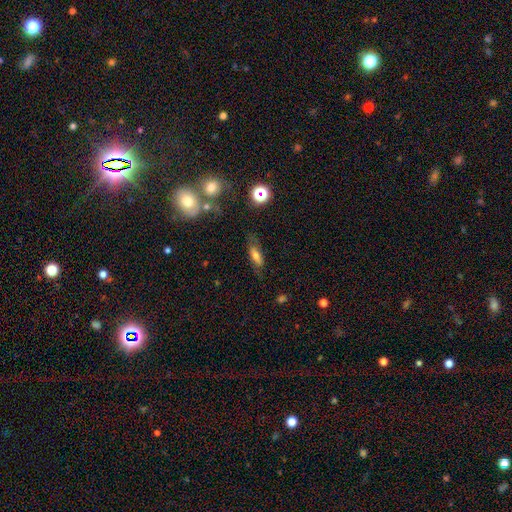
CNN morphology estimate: smooth_or_featured: smooth (p=0.57) [alt: featured or disk p=0.31]
how_rounded: in between (p=0.61) [alt: cigar-shaped p=0.34]
merging: none (p=0.72) [alt: minor disturbance p=0.18]